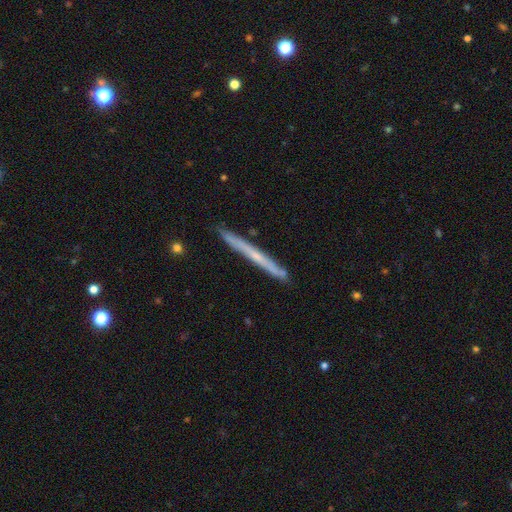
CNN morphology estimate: A featured or disk galaxy (59%) viewed edge-on (97%) with no central bulge (69%).

Vote fractions:
- Smooth or featured? featured or disk: 59% / smooth: 35% / star or artifact: 6%
- Edge-on disk? yes: 97% / no: 3%
- Edge-on bulge? none: 69% / rounded: 28% / boxy: 4%
- Merging? none: 90% / minor disturbance: 7% / merger: 1% / major disturbance: 1%